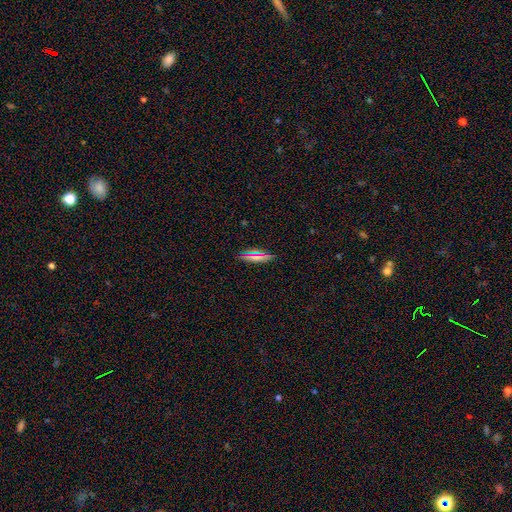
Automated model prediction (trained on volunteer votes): smooth_or_featured: smooth (p=0.61) [alt: featured or disk p=0.22]
how_rounded: cigar-shaped (p=0.49) [alt: in between p=0.46]
merging: none (p=0.85) [alt: minor disturbance p=0.11]